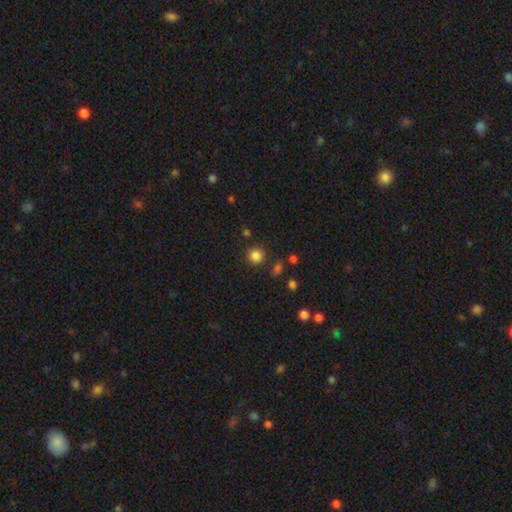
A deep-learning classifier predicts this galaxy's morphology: smooth 84%, star or artifact 12%, featured or disk 4%. Down the decision tree: how rounded — round (93%); merging — none (86%).